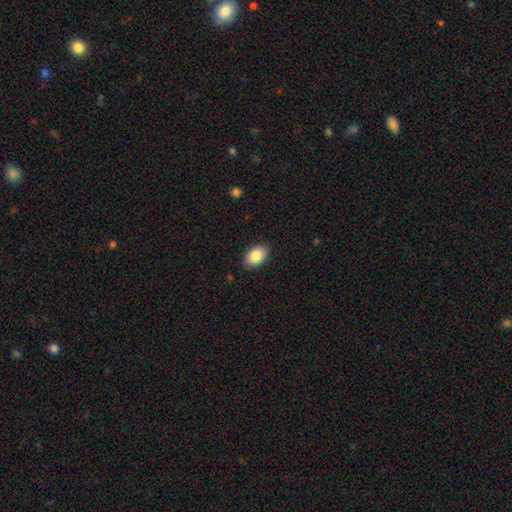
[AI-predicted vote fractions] This appears to be a smooth galaxy with no disk features (86%) that is in between round and cigar-shaped (88%). Merging: none (88%).